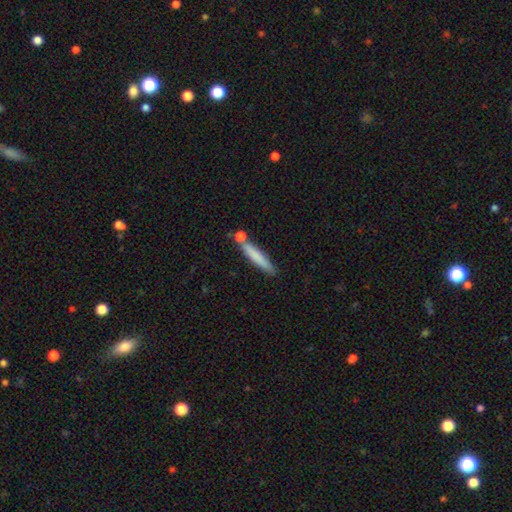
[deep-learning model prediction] This is likely a smooth galaxy (73%). How rounded: clearly cigar-shaped (92%). Merging: likely none (69%).